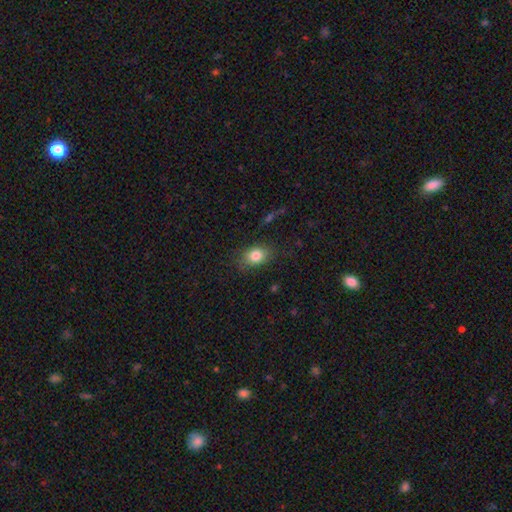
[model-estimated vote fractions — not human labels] Smooth or featured? smooth (81%)
How rounded? in between (68%)
Merging? none (79%)